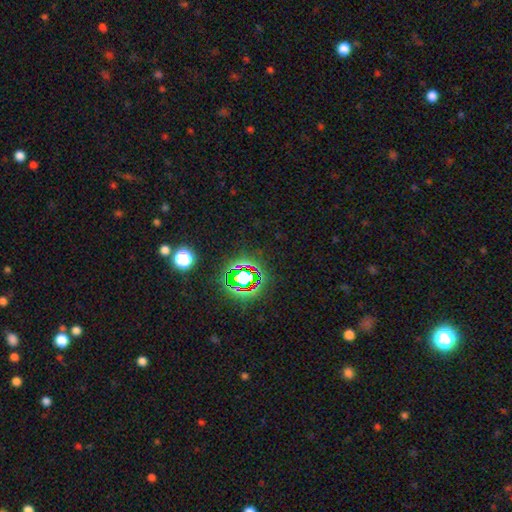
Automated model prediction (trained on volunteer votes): Smooth or featured? star or artifact (79%)